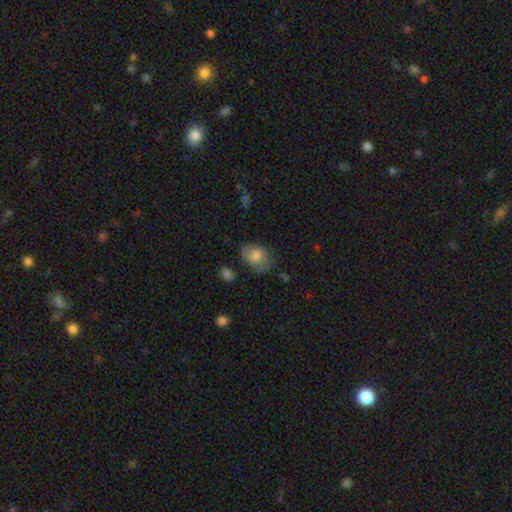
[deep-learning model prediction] smooth 77%, featured or disk 15%, star or artifact 8%. Down the decision tree: how rounded — in between (69%); merging — none (54%).